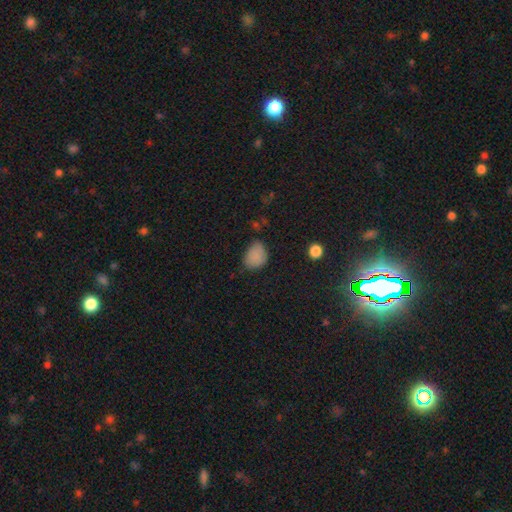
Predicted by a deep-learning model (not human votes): This appears to be a smooth galaxy with no disk features (83%) that is in between round and cigar-shaped (64%). Merging: none (59%).